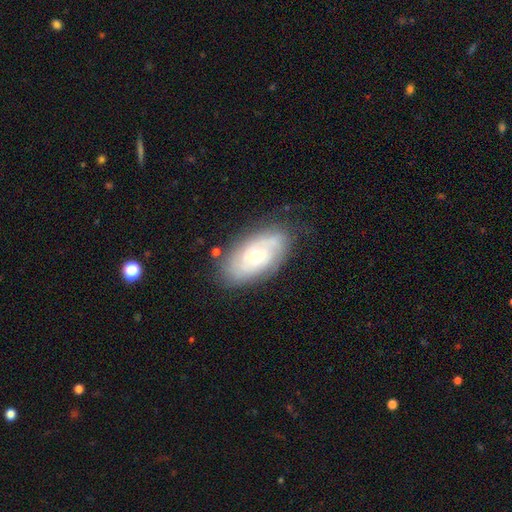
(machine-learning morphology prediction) Smooth or featured: featured or disk — 62% (smooth — 30%)
Edge-on disk: no — 91% (yes — 9%)
Bar: no — 78% (weak — 18%)
Spiral arms: yes — 72% (no — 28%)
Bulge size: moderate — 66% (small — 27%)
Merging: none — 75% (minor disturbance — 18%)